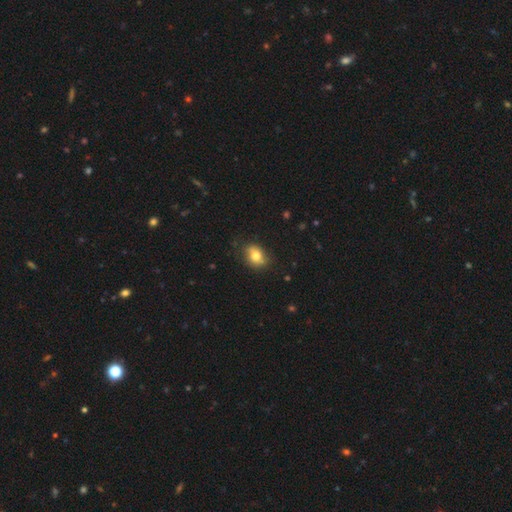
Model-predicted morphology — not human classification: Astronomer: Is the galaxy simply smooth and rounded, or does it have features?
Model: smooth — 73%.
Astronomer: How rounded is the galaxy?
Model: in between — 70%.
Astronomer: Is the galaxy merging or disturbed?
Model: none — 75%.